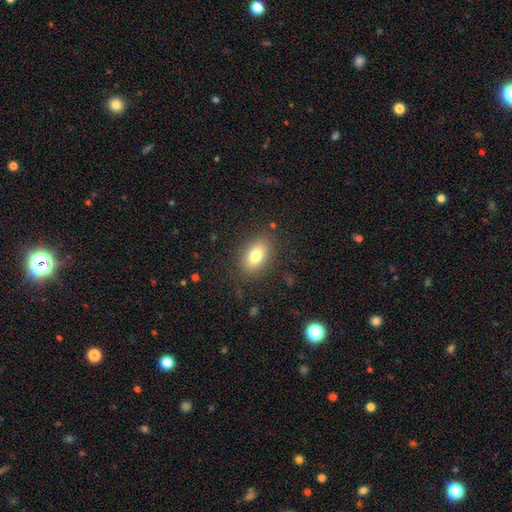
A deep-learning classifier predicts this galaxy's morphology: Q: Smooth or featured?
A: smooth (79%); runner-up: featured or disk (12%)
Q: How rounded?
A: in between (87%); runner-up: round (11%)
Q: Merging?
A: none (84%); runner-up: minor disturbance (11%)